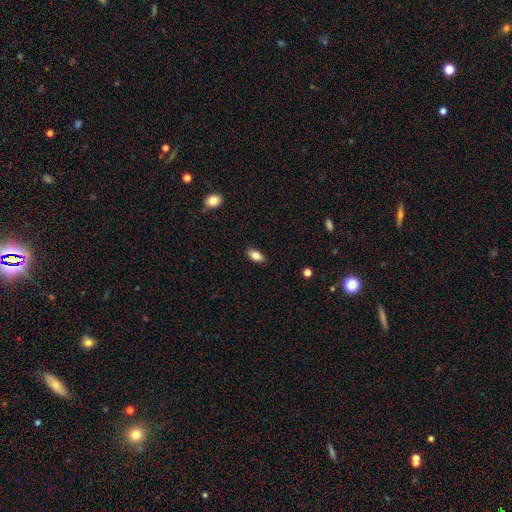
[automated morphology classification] smooth_or_featured: smooth (p=0.81) [alt: featured or disk p=0.11]
how_rounded: in between (p=0.88) [alt: cigar-shaped p=0.07]
merging: none (p=0.88) [alt: minor disturbance p=0.09]